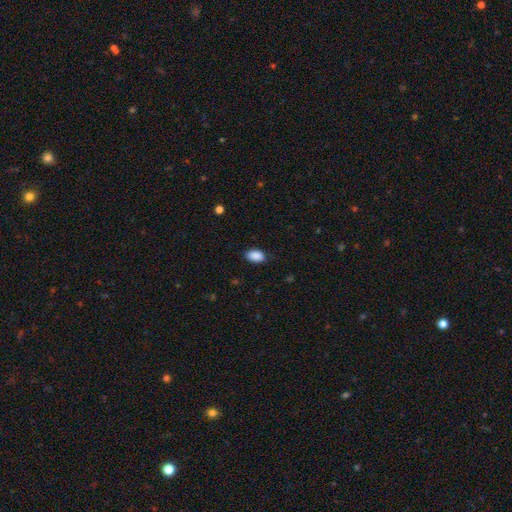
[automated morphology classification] Smooth or featured?
  - smooth: 90% *
  - star or artifact: 7%
  - featured or disk: 3%
How rounded?
  - in between: 90% *
  - round: 9%
  - cigar-shaped: 1%
Merging?
  - none: 85% *
  - minor disturbance: 12%
  - major disturbance: 2%
  - merger: 1%